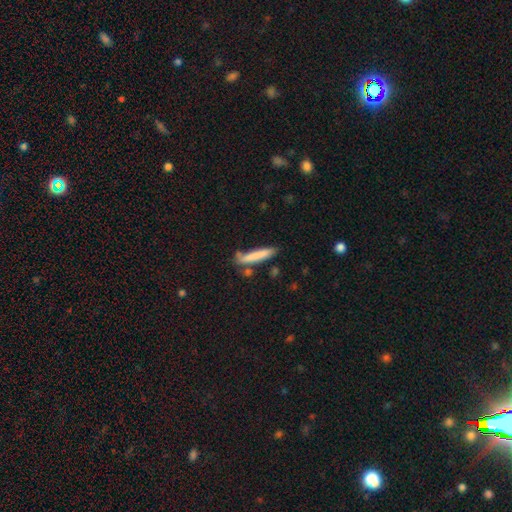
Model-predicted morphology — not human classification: Smooth or featured: smooth — 77% (featured or disk — 16%)
How rounded: cigar-shaped — 91% (in between — 7%)
Merging: none — 67% (minor disturbance — 19%)